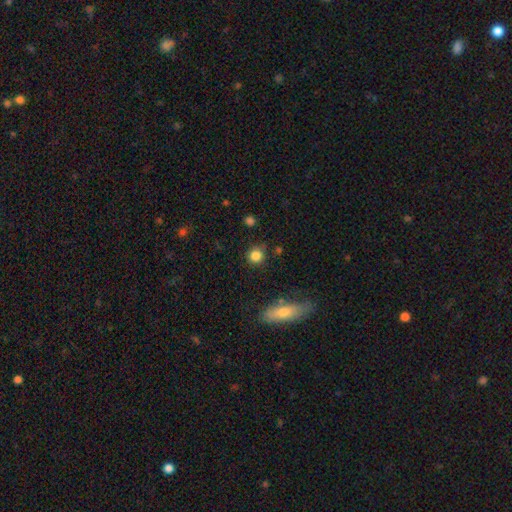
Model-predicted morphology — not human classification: Smooth or featured? smooth (84%)
How rounded? round (90%)
Merging? none (83%)